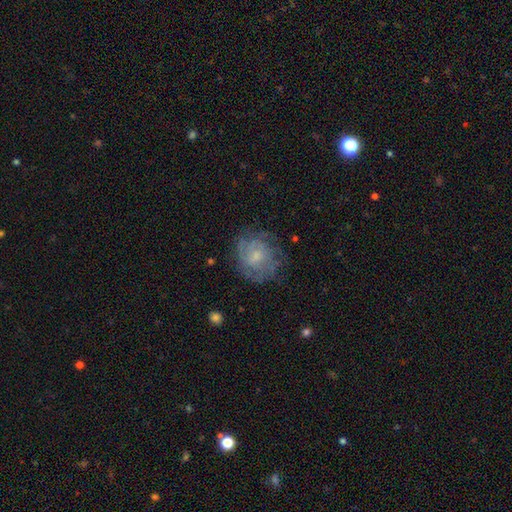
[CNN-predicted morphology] A featured or disk galaxy (56%) with no bar (68%), spiral arms (70%) and a small central bulge (52%). Merging: none (68%).